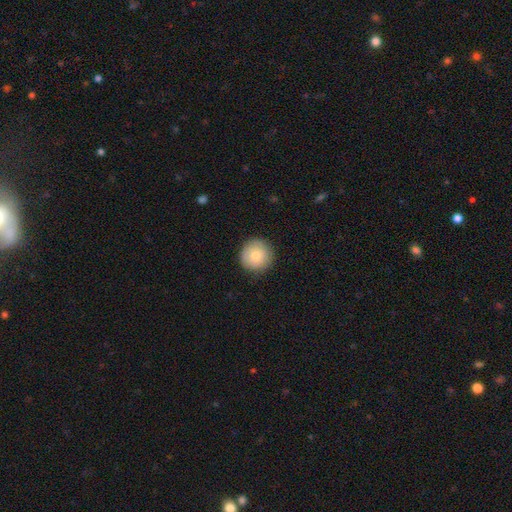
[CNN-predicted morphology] The model was most divided on "smooth or featured": smooth: 79%, featured or disk: 13%, star or artifact: 8%. More confident: how rounded — round (95%); merging — none (89%).